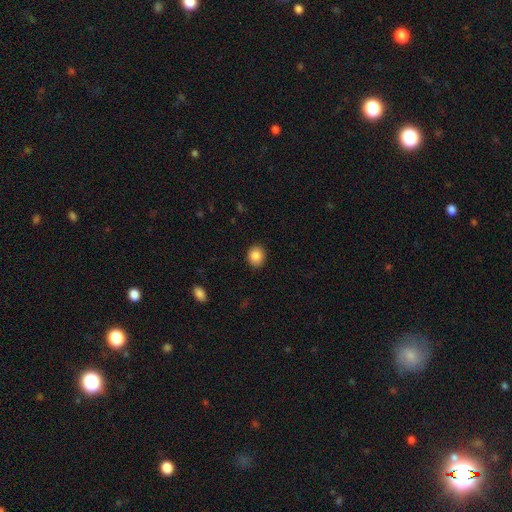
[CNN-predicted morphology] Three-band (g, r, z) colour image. It shows a smooth galaxy with no disk features (87%) that is round (68%). Merging: none (90%).